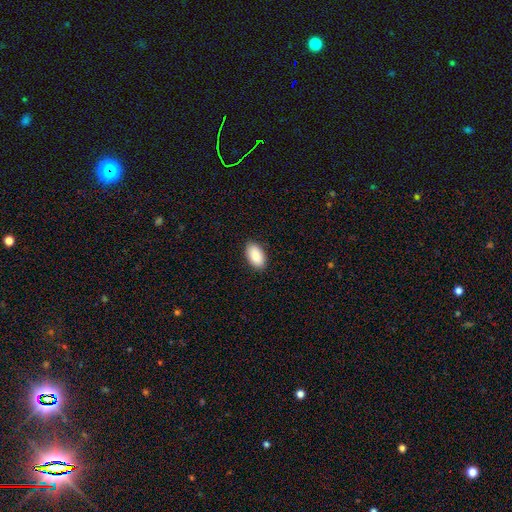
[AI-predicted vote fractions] Smooth or featured? smooth (90%)
How rounded? in between (95%)
Merging? none (89%)